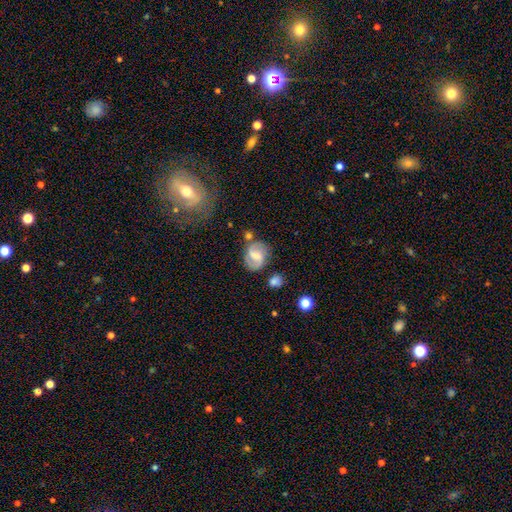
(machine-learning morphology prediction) This is likely a featured or disk galaxy (68%). It is clearly not viewed edge-on (97%). Bar: possibly weak (53%). Spiral arm pattern: clearly yes (89%). Spiral arm count: clearly 2 (86%). Spiral winding: possibly medium (49%). Central bulge: marginally moderate (39%). Merging: likely none (67%).